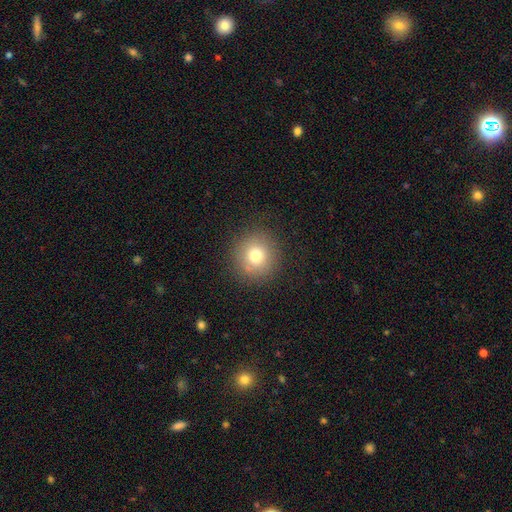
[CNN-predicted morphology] Smooth or featured: smooth — 75% (star or artifact — 13%)
How rounded: round — 94% (in between — 5%)
Merging: none — 87% (minor disturbance — 8%)